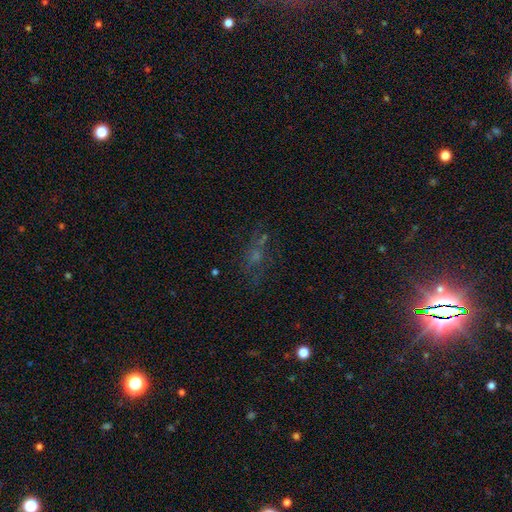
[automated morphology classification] This appears to be a star or artifact, not a galaxy (39%).